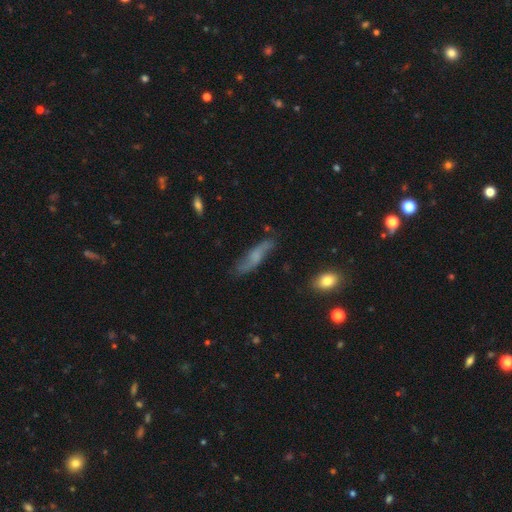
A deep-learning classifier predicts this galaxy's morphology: This appears to be a featured or disk galaxy (55%). Merging: none (73%).